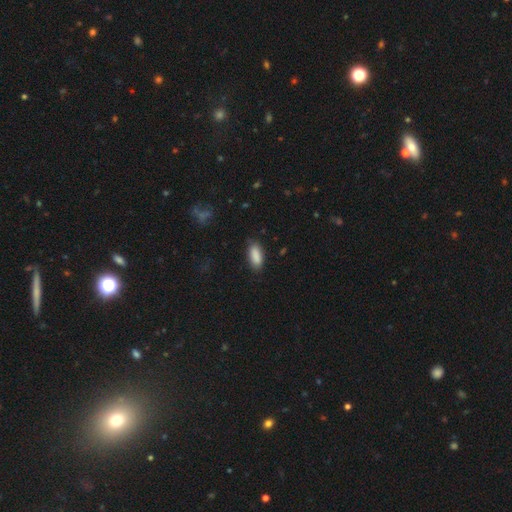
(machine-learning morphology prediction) type=smooth (89%); roundness=in between (84%); merging=none (81%).